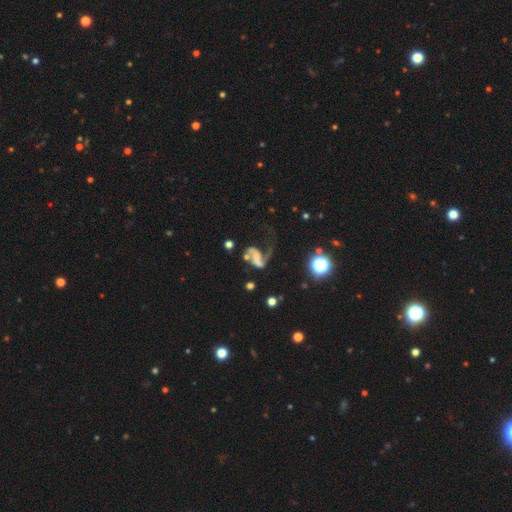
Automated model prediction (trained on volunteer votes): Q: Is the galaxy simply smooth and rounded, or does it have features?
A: featured or disk — 71%.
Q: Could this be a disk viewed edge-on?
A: no — 97%.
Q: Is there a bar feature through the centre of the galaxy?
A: no — 52%.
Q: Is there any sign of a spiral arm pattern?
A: yes — 85%.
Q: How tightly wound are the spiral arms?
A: loose — 71%.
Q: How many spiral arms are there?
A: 2 — 65%.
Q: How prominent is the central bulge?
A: none — 55%.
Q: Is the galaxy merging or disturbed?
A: major disturbance — 41%.